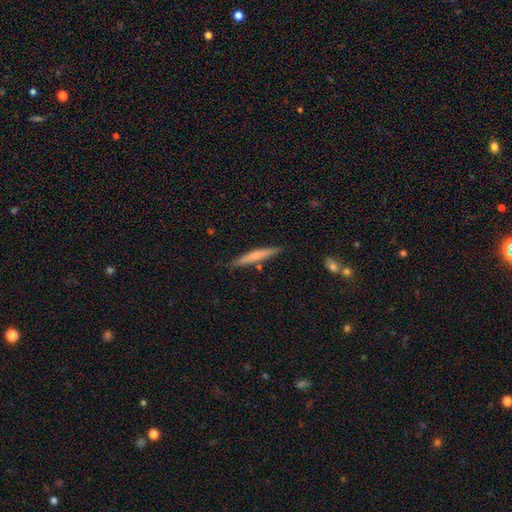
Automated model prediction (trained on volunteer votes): smooth-or-featured: smooth: 64% | featured or disk: 30% | star or artifact: 6%
  how-rounded: cigar-shaped: 95% | in between: 4% | round: 1%
  merging: none: 85% | minor disturbance: 10% | merger: 3% | major disturbance: 2%